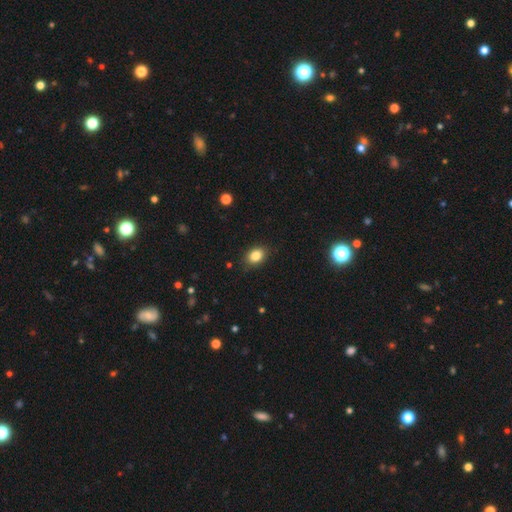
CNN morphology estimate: smooth_or_featured: smooth (p=0.85) [alt: star or artifact p=0.09]
how_rounded: in between (p=0.72) [alt: round p=0.27]
merging: none (p=0.86) [alt: minor disturbance p=0.11]